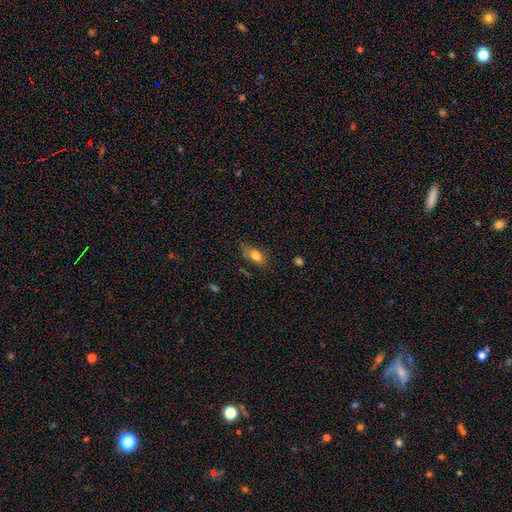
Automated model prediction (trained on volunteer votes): Smooth or featured?
  - smooth: 75% *
  - featured or disk: 16%
  - star or artifact: 9%
How rounded?
  - in between: 85% *
  - round: 8%
  - cigar-shaped: 7%
Merging?
  - none: 66% *
  - minor disturbance: 24%
  - major disturbance: 7%
  - merger: 3%